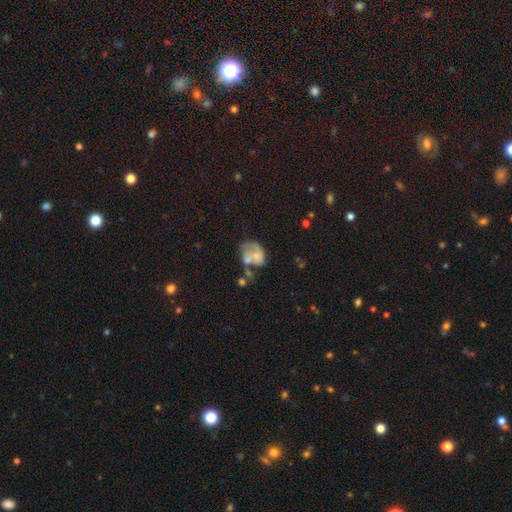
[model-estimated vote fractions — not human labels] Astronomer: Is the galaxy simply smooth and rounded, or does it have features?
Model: featured or disk — 47% (runner-up: smooth, 43%).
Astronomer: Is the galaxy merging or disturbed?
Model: merger — 29% (runner-up: major disturbance, 28%).